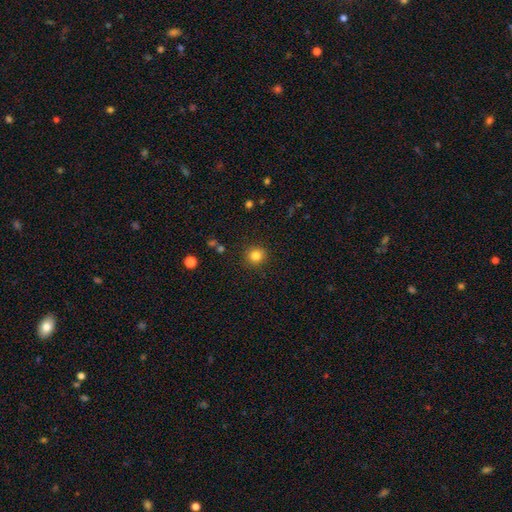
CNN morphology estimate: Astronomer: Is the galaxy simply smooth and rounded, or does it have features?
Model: smooth — 82%.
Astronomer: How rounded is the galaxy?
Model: round — 90%.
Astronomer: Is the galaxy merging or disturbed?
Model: none — 90%.